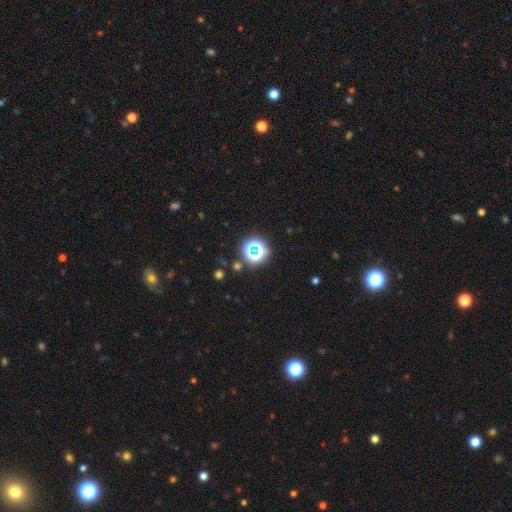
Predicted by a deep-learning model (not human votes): A star or artifact, not a galaxy (59%).

Vote fractions:
- Smooth or featured? star or artifact: 59% / smooth: 31% / featured or disk: 10%